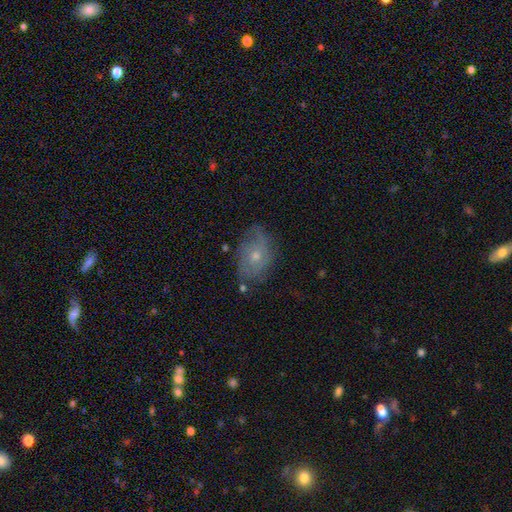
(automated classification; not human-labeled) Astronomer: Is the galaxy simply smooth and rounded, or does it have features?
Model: featured or disk — 52% (runner-up: smooth, 39%).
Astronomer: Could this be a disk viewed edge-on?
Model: no — 94%.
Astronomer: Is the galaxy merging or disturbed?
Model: none — 64%.